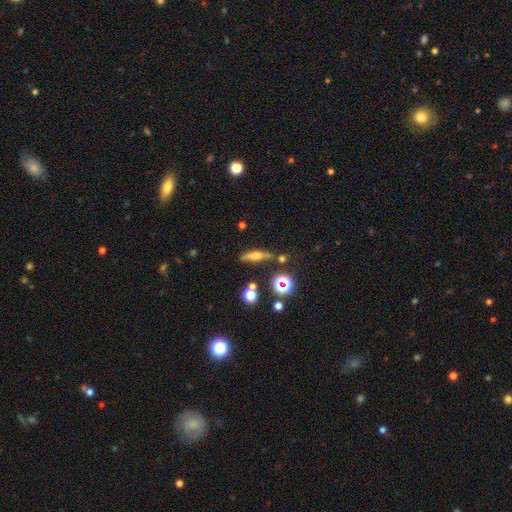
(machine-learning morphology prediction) Overall: smooth (43%; featured or disk 40%). Merging: none (71%).